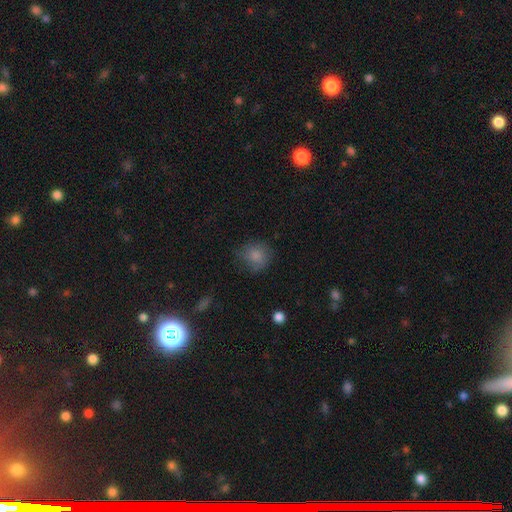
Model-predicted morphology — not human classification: smooth 80%, featured or disk 10%, star or artifact 10%. Down the decision tree: how rounded — round (82%); merging — none (64%).